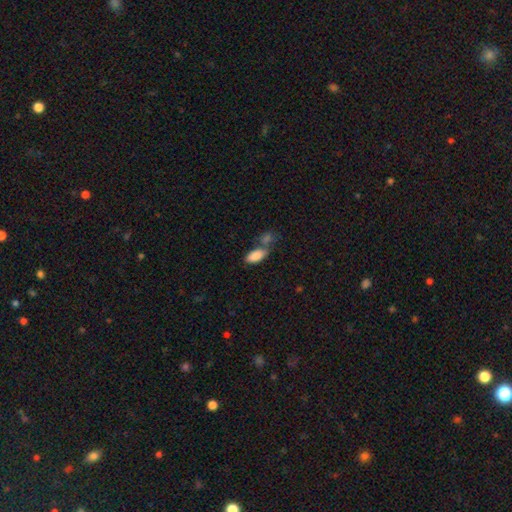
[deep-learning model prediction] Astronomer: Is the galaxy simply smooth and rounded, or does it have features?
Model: smooth — 87%.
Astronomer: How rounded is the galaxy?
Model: in between — 91%.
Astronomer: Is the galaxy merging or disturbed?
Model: none — 45% (runner-up: merger, 37%).